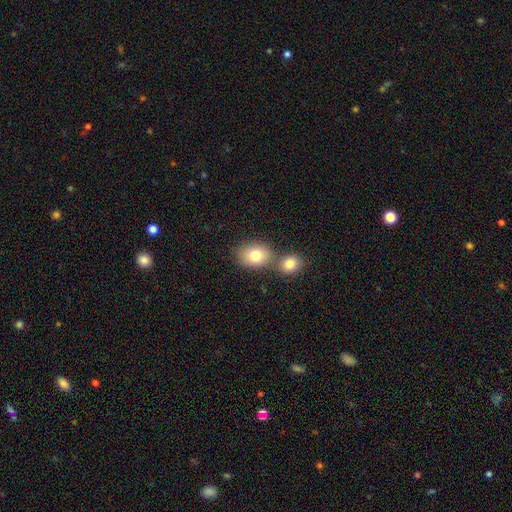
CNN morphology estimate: A smooth galaxy with no disk features (80%) that is in between round and cigar-shaped (58%).

Vote fractions:
- Smooth or featured? smooth: 80% / featured or disk: 11% / star or artifact: 9%
- How rounded? in between: 58% / round: 41% / cigar-shaped: 1%
- Merging? none: 50% / merger: 37% / minor disturbance: 10% / major disturbance: 3%